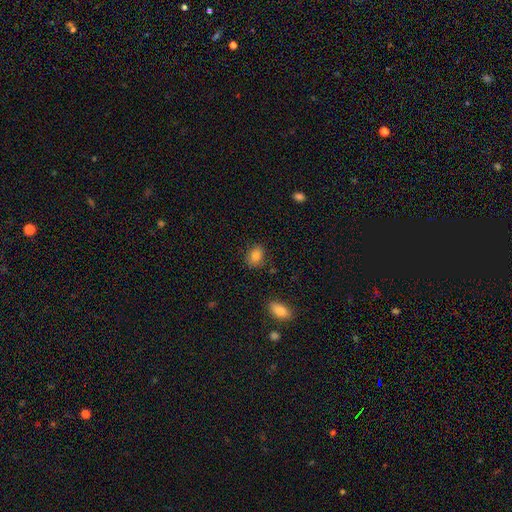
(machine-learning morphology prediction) Smooth or featured?
  - smooth: 84% *
  - star or artifact: 10%
  - featured or disk: 7%
How rounded?
  - in between: 59% *
  - round: 39%
  - cigar-shaped: 1%
Merging?
  - none: 80% *
  - minor disturbance: 14%
  - major disturbance: 3%
  - merger: 2%